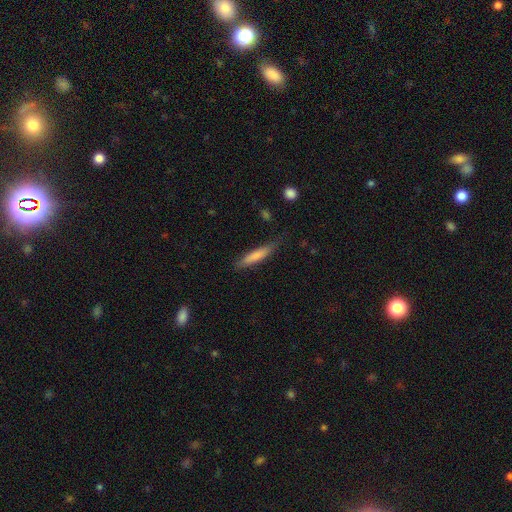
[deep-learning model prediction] Overall: smooth (77%). How rounded: cigar-shaped (86%). Merging: none (78%).